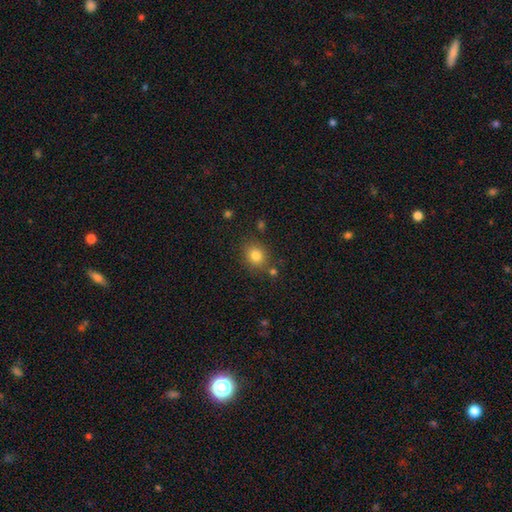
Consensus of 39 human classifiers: Smooth or featured? smooth (85%)
How rounded? round (61%)
Merging? none (86%)